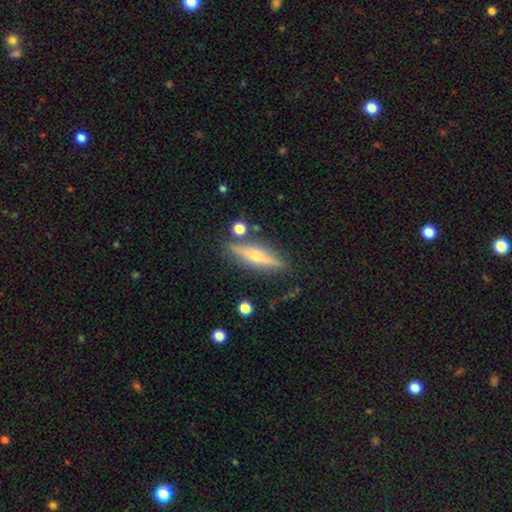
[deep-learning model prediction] Morphology: type=featured or disk (68%); edge-on=yes (96%); edge-on bulge=rounded (86%); merging=none (85%).